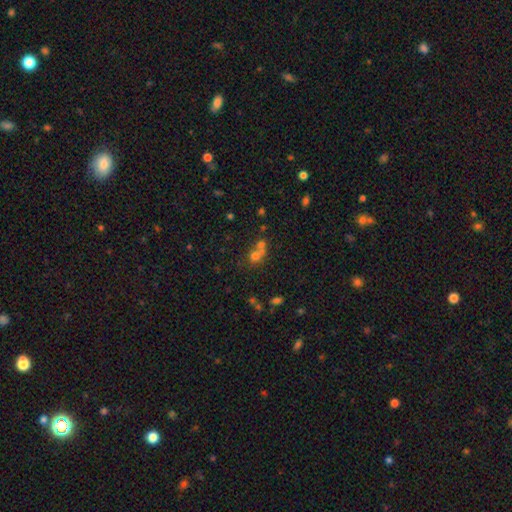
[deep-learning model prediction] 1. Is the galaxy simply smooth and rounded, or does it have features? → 61% smooth, 21% star or artifact, 18% featured or disk.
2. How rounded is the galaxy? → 80% round, 19% in between, 1% cigar-shaped.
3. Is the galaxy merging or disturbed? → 54% merger, 36% none, 6% minor disturbance, 4% major disturbance.